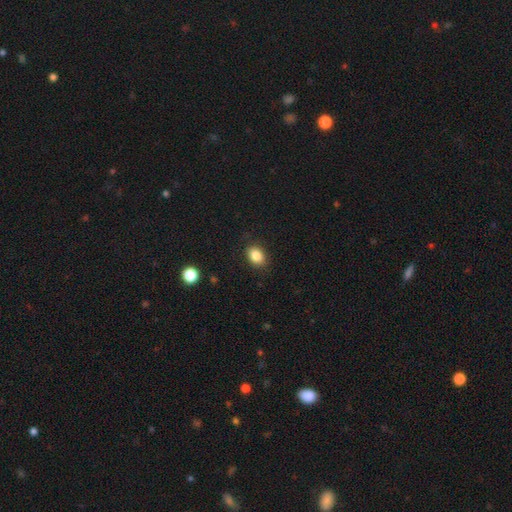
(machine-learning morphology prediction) Smooth or featured?
  - smooth: 85% *
  - star or artifact: 9%
  - featured or disk: 6%
How rounded?
  - in between: 67% *
  - round: 32%
  - cigar-shaped: 1%
Merging?
  - none: 86% *
  - minor disturbance: 10%
  - major disturbance: 2%
  - merger: 1%